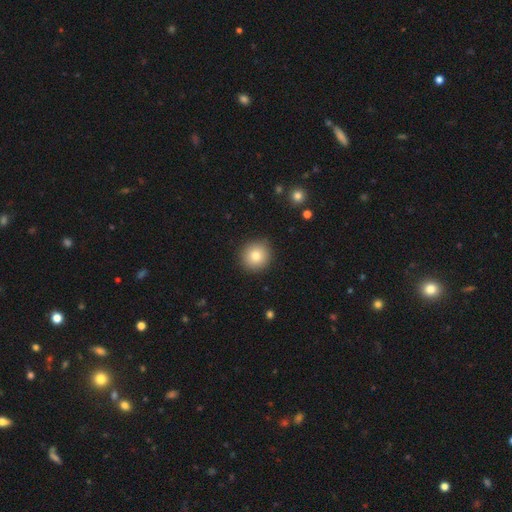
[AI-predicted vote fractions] smooth 82%, star or artifact 10%, featured or disk 8%. Down the decision tree: how rounded — round (92%); merging — none (90%).